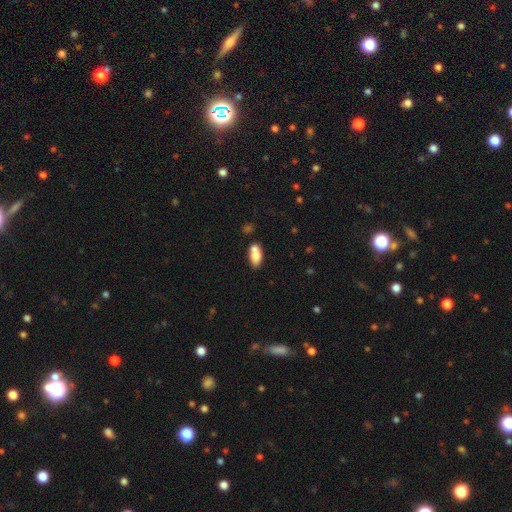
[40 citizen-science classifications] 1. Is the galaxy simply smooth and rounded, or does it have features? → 72% smooth, 18% featured or disk, 10% star or artifact.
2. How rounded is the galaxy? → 59% in between, 28% cigar-shaped, 14% round.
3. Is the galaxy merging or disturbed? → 61% merger, 25% none, 8% minor disturbance, 6% major disturbance.